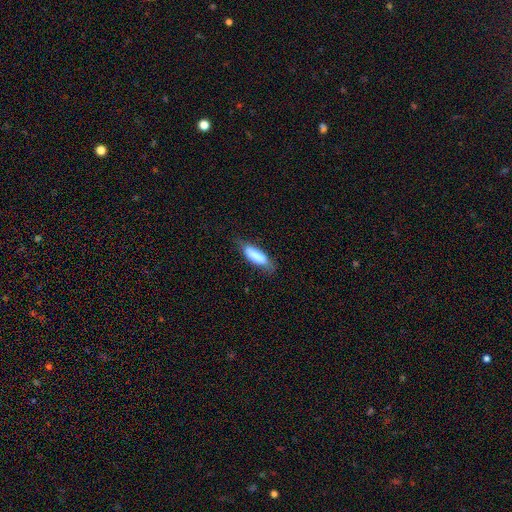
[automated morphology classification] Smooth or featured?
  - smooth: 82% *
  - featured or disk: 12%
  - star or artifact: 6%
How rounded?
  - in between: 56% *
  - cigar-shaped: 42%
  - round: 2%
Merging?
  - none: 65% *
  - minor disturbance: 26%
  - major disturbance: 7%
  - merger: 2%